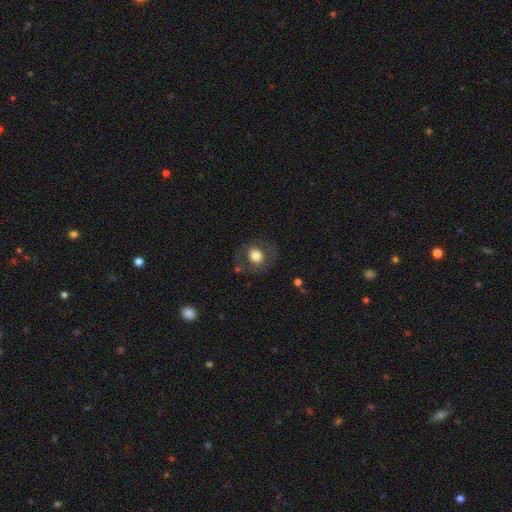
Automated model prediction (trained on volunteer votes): This appears to be a smooth galaxy with no disk features (70%) that is round (76%). Merging: none (76%).